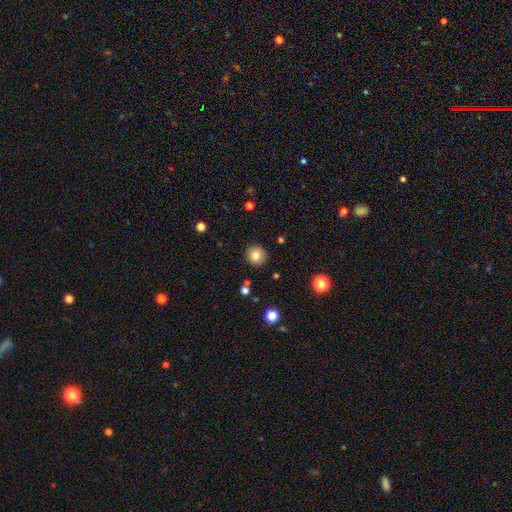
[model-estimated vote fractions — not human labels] Overall: smooth (81%). How rounded: round (94%). Merging: none (91%).